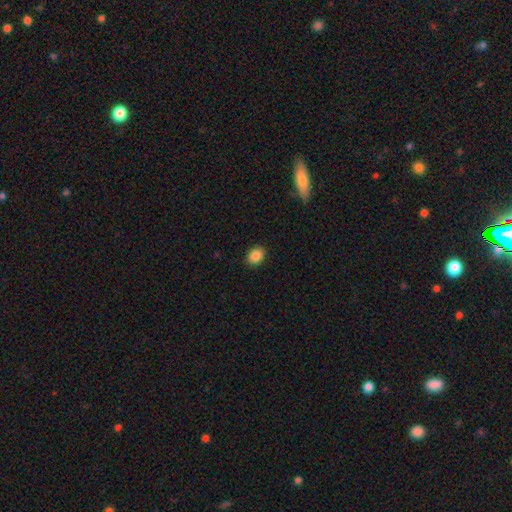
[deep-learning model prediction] Smooth or featured? smooth (87%)
How rounded? in between (62%)
Merging? none (89%)